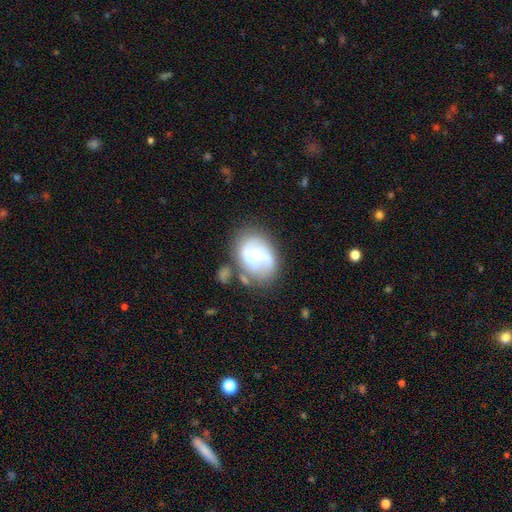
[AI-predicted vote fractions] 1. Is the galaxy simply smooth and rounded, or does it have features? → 68% featured or disk, 24% smooth, 7% star or artifact.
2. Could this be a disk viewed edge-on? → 98% no, 2% yes.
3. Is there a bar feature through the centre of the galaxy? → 51% no, 39% weak, 10% strong.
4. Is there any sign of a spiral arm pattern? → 87% yes, 13% no.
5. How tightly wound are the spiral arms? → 46% medium, 32% loose, 22% tight.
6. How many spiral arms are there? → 72% 2, 12% can't tell, 8% 3, 4% 1, 2% 4, 2% more than 4.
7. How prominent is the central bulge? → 50% small, 28% moderate, 16% none, 5% large, 2% dominant.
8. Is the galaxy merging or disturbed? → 56% none, 20% minor disturbance, 12% major disturbance, 12% merger.